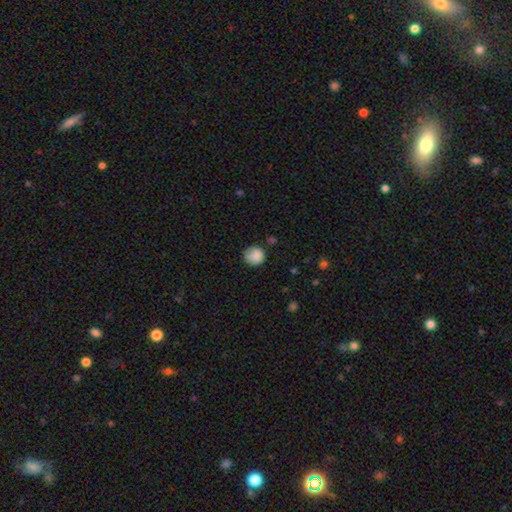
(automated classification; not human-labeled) A smooth galaxy with no disk features (86%) that is round (86%). Merging: none (70%).